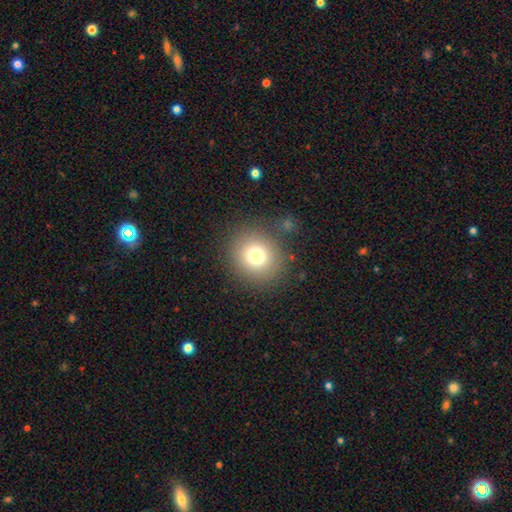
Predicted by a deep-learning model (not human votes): smooth_or_featured: smooth (p=0.76) [alt: star or artifact p=0.13]
how_rounded: round (p=0.86) [alt: in between p=0.13]
merging: none (p=0.83) [alt: minor disturbance p=0.09]